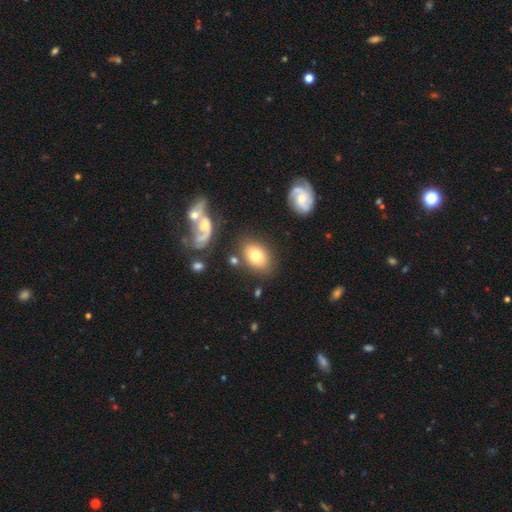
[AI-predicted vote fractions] Morphology: type=smooth (70%); roundness=in between (76%); merging=none (74%).